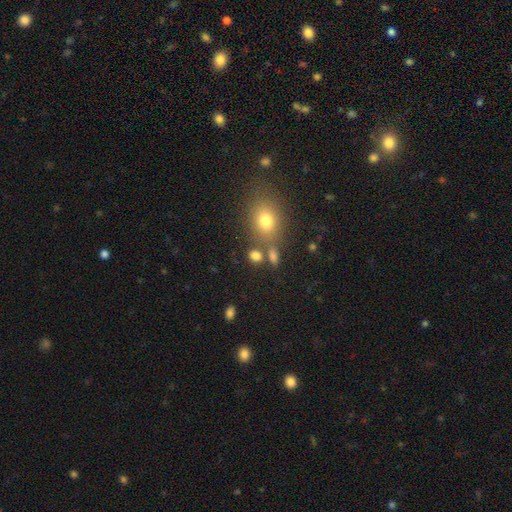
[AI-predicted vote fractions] Smooth or featured?
  - smooth: 77% *
  - star or artifact: 15%
  - featured or disk: 8%
How rounded?
  - in between: 52% *
  - round: 44%
  - cigar-shaped: 4%
Merging?
  - none: 65% *
  - merger: 18%
  - minor disturbance: 11%
  - major disturbance: 5%